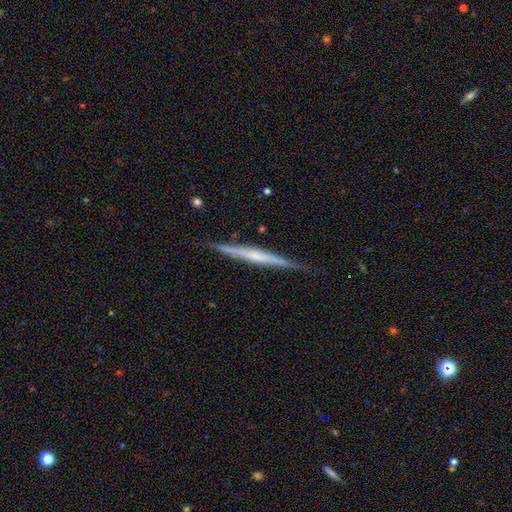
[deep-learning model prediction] smooth-or-featured: featured or disk: 64% | smooth: 31% | star or artifact: 5%
  disk-edge-on: yes: 97% | no: 3%
    edge-on-bulge: none: 63% | rounded: 25% | boxy: 12%
  merging: none: 87% | minor disturbance: 10% | major disturbance: 2% | merger: 1%